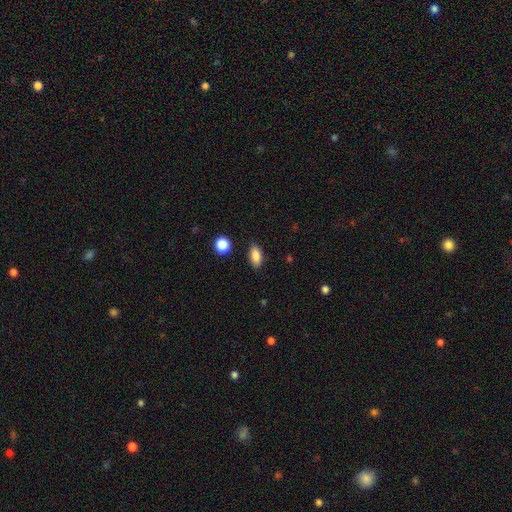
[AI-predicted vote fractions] A smooth galaxy with no disk features (87%) that is in between round and cigar-shaped (86%). Merging: none (85%).